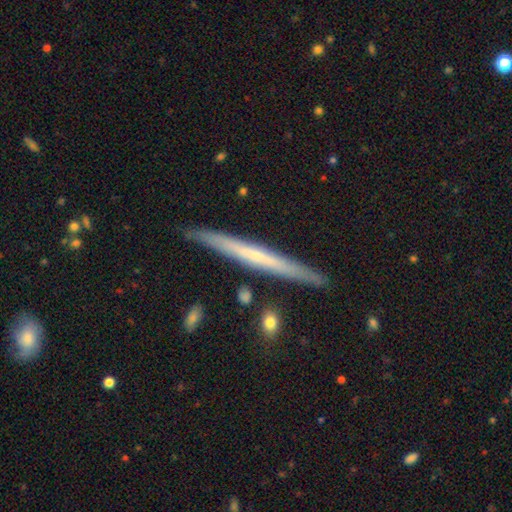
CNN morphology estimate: A featured or disk galaxy (58%) viewed edge-on (96%) with no central bulge (79%). Merging: none (89%).